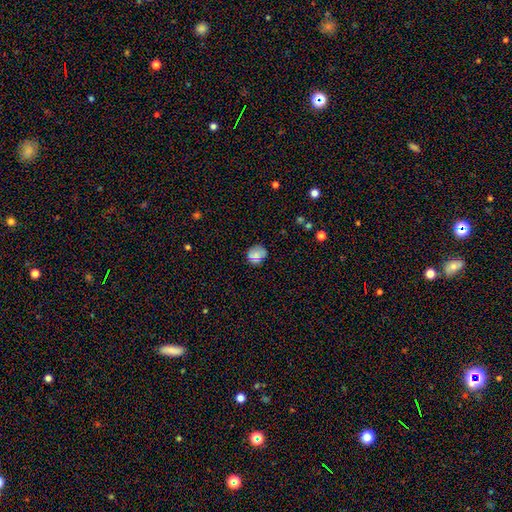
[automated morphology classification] smooth_or_featured: smooth (p=0.77) [alt: featured or disk p=0.13]
how_rounded: round (p=0.77) [alt: in between p=0.22]
merging: none (p=0.72) [alt: minor disturbance p=0.21]